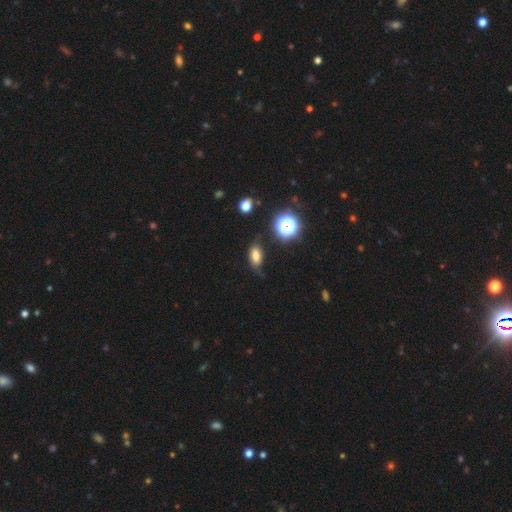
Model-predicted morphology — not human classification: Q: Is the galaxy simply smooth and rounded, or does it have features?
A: smooth — 72%.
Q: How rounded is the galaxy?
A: in between — 84%.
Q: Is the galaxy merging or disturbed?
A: none — 61%.